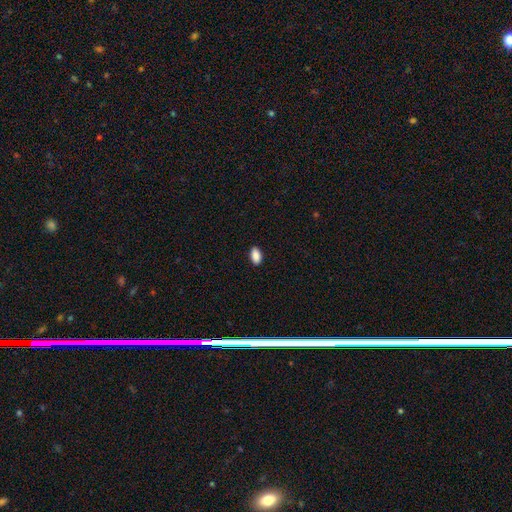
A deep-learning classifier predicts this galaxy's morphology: type=smooth (90%); roundness=in between (93%); merging=none (89%).